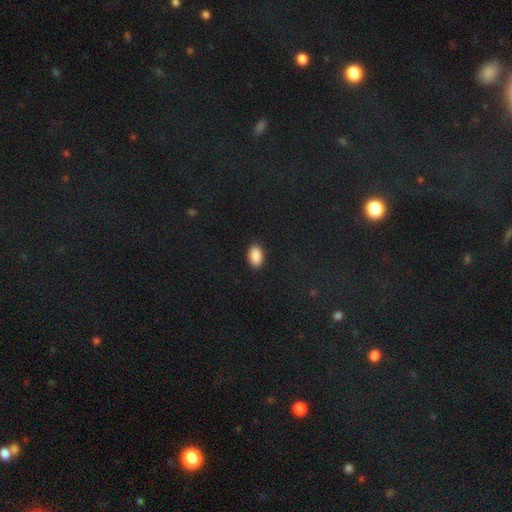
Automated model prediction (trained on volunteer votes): A smooth galaxy with no disk features (89%) that is in between round and cigar-shaped (93%). Merging: none (90%).